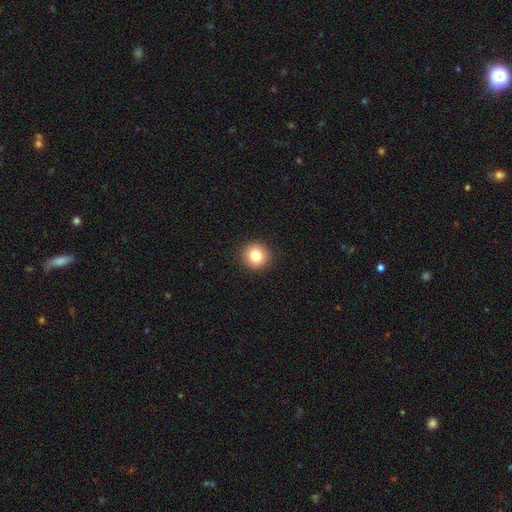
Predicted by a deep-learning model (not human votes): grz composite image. It shows a smooth galaxy with no disk features (83%) that is round (92%). Merging: none (92%).